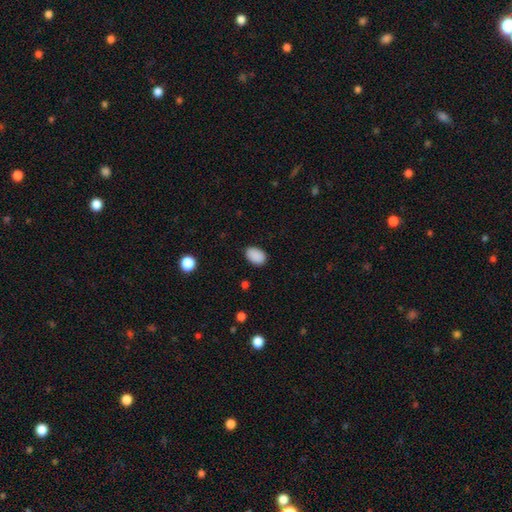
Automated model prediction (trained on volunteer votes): Smooth or featured? smooth (90%)
How rounded? in between (85%)
Merging? none (86%)